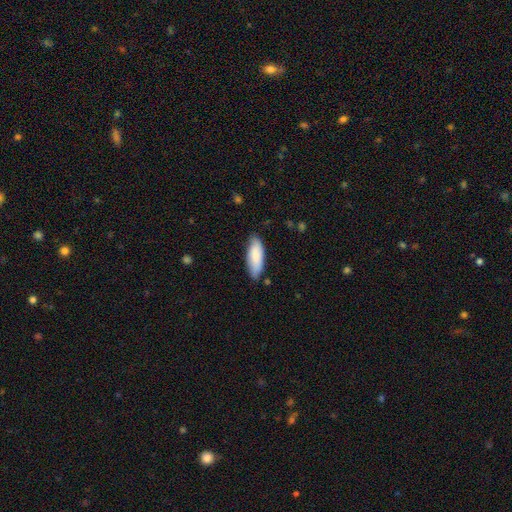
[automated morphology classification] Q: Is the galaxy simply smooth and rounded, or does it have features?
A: smooth — 81%.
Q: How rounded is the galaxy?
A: in between — 71%.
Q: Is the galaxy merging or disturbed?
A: none — 77%.